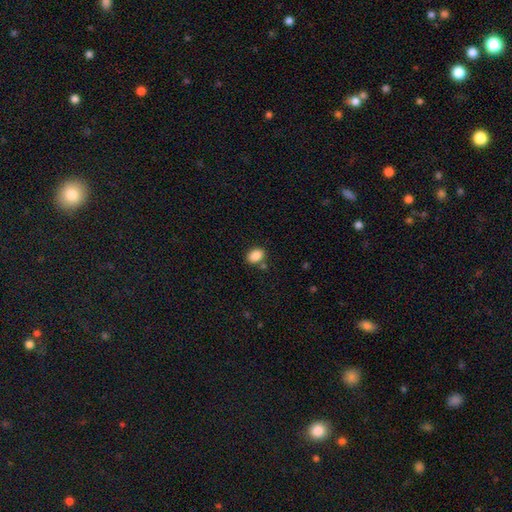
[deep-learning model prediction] Smooth or featured: smooth — 88% (star or artifact — 9%)
How rounded: in between — 73% (round — 26%)
Merging: none — 78% (minor disturbance — 12%)